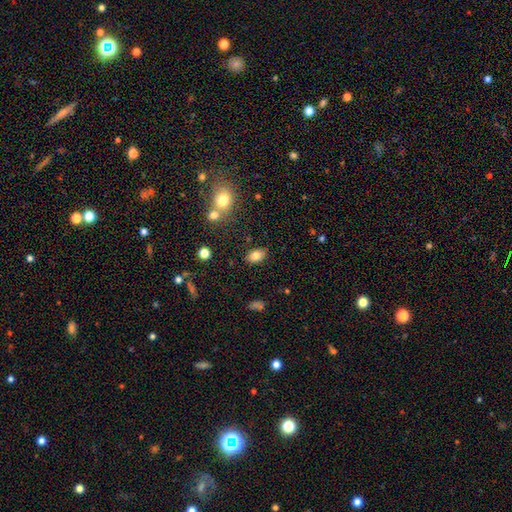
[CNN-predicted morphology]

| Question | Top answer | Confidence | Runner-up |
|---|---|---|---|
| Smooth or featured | smooth | 81% | star or artifact (10%) |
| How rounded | in between | 87% | round (12%) |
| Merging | none | 84% | minor disturbance (10%) |